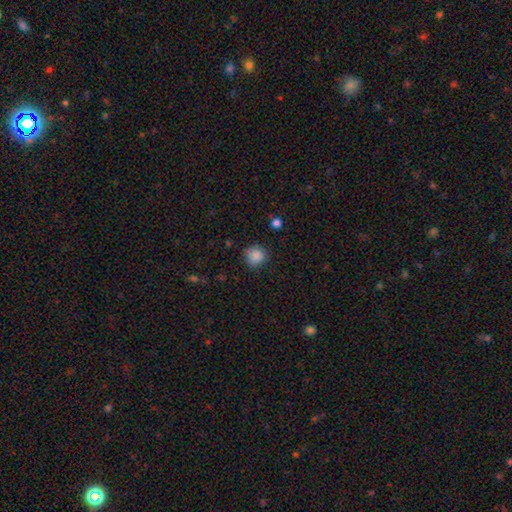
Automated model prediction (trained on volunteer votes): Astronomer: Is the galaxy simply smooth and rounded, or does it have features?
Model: smooth — 87%.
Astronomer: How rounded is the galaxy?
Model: round — 91%.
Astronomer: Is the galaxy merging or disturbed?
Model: none — 83%.